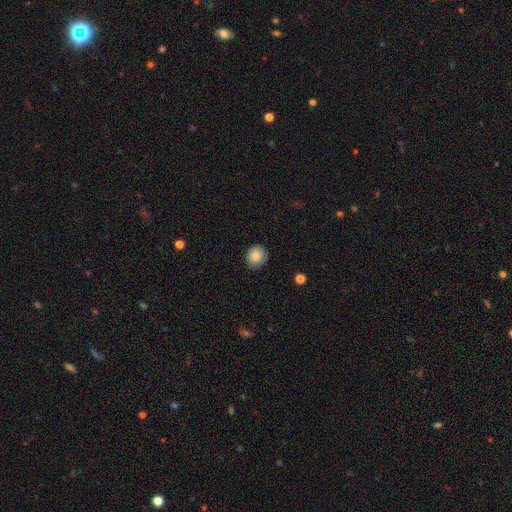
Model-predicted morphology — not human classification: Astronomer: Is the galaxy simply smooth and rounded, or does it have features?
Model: smooth — 83%.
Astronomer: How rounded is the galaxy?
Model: round — 86%.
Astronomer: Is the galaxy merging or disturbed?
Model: none — 86%.